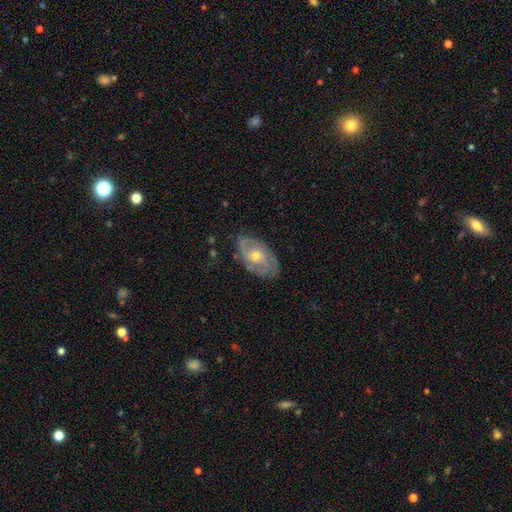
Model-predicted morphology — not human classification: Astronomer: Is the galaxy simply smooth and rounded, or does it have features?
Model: featured or disk — 77%.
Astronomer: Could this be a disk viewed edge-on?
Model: no — 94%.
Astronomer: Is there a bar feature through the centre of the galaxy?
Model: no — 74%.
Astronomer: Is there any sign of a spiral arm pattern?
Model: yes — 89%.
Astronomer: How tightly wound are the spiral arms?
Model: tight — 56% (runner-up: medium, 33%).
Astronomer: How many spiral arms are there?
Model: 2 — 35% (runner-up: can't tell, 33%).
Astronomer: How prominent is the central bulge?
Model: moderate — 59% (runner-up: small, 37%).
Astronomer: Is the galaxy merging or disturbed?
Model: none — 76%.